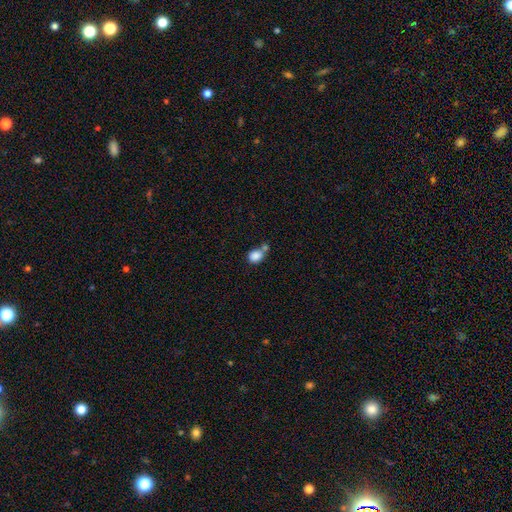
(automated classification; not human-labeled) The model was most divided on "merging": none: 44%, merger: 37%, minor disturbance: 13%, major disturbance: 5%. More confident: smooth or featured — smooth (85%); how rounded — round (55%).